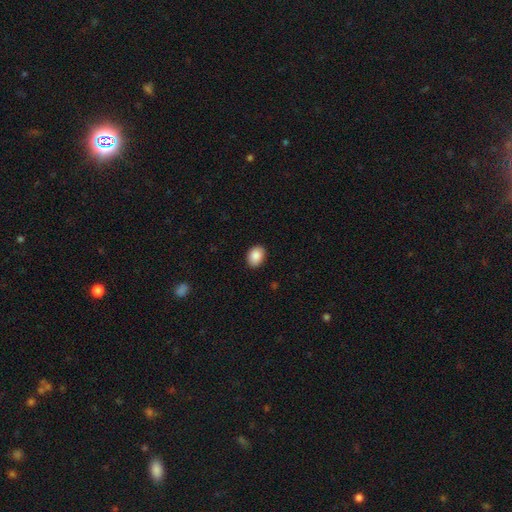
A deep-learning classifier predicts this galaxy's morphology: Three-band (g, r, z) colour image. It shows a smooth galaxy with no disk features (89%) that is in between round and cigar-shaped (73%). Merging: none (89%).